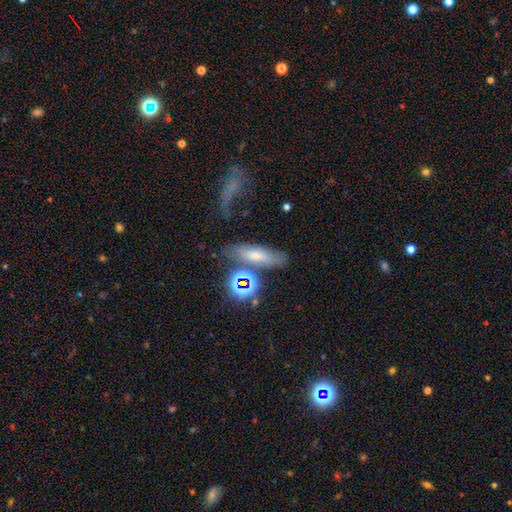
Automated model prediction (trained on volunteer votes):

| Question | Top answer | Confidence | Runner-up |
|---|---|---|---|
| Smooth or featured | smooth | 56% | featured or disk (25%) |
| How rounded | in between | 51% | cigar-shaped (40%) |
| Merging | none | 59% | minor disturbance (17%) |